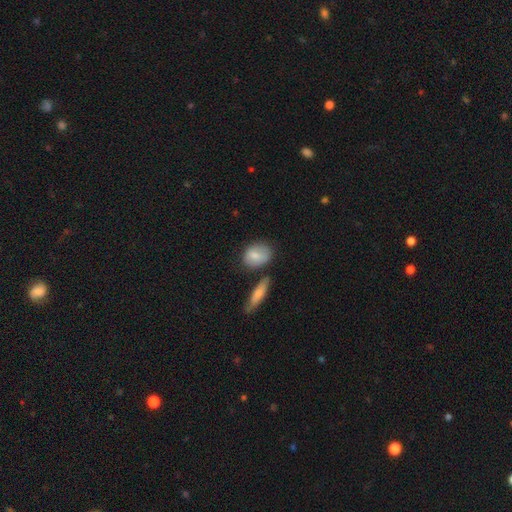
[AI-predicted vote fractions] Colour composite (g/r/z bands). It shows a smooth galaxy with no disk features (79%) that is in between round and cigar-shaped (62%). Merging: none (65%).